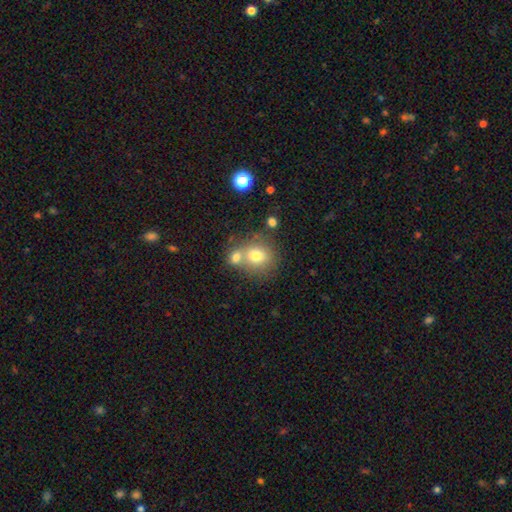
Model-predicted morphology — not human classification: Smooth or featured? smooth (74%)
How rounded? round (76%)
Merging? none (45%)